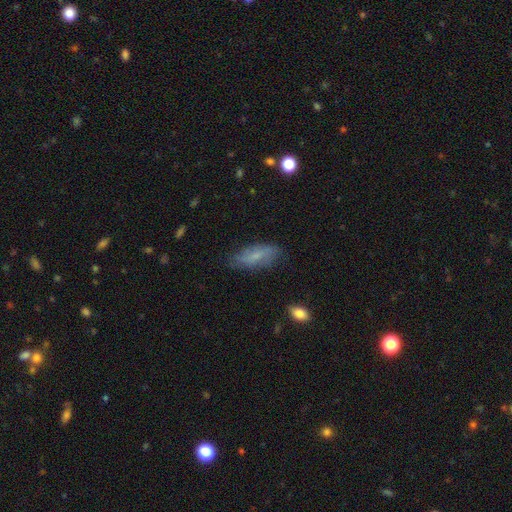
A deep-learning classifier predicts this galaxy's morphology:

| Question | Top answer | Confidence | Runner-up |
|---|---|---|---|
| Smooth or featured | smooth | 64% | featured or disk (29%) |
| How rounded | in between | 67% | cigar-shaped (31%) |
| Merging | none | 74% | minor disturbance (20%) |